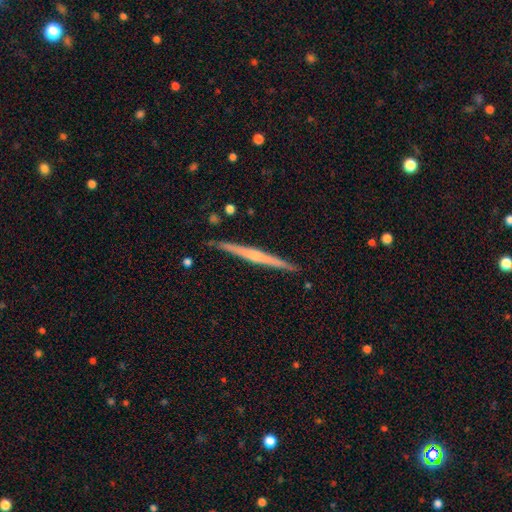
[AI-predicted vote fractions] A featured or disk galaxy (68%) viewed edge-on (98%) with a rounded central bulge (49%). Merging: none (91%).